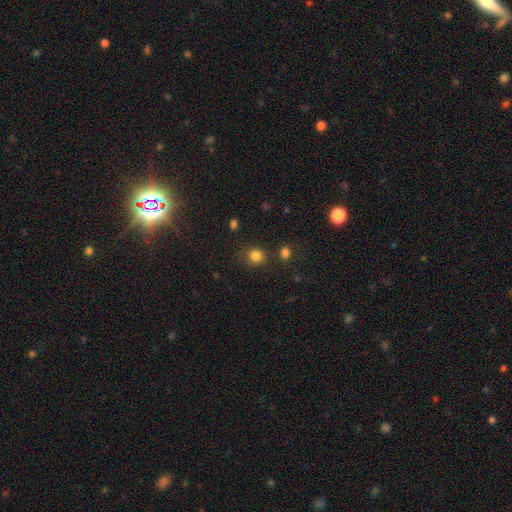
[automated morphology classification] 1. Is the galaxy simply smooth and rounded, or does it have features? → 82% smooth, 13% star or artifact, 5% featured or disk.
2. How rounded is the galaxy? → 83% round, 16% in between, 1% cigar-shaped.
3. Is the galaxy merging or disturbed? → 79% none, 12% minor disturbance, 6% merger, 4% major disturbance.